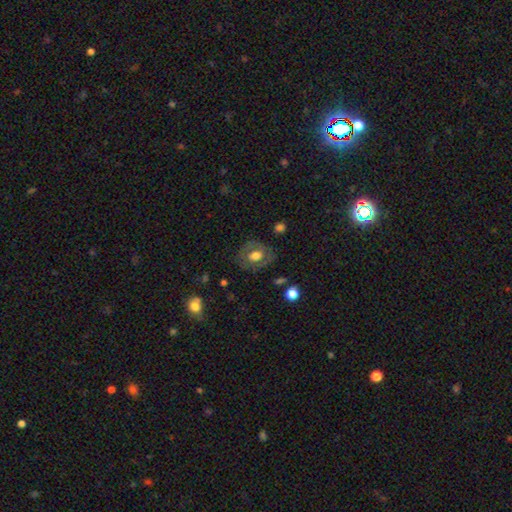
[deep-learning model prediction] smooth_or_featured: smooth (p=0.52) [alt: featured or disk p=0.40]
how_rounded: in between (p=0.51) [alt: round p=0.48]
merging: none (p=0.76) [alt: minor disturbance p=0.15]